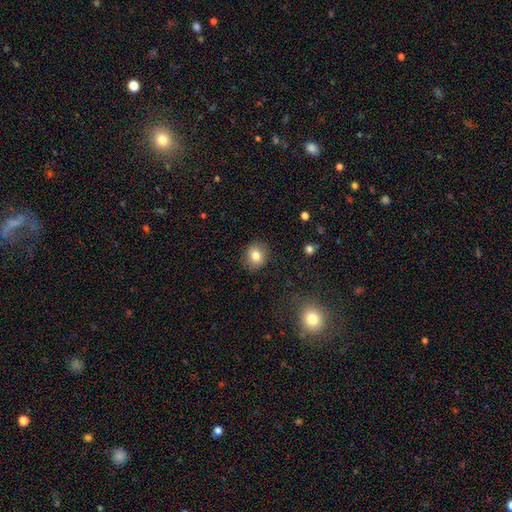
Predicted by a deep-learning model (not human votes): Morphology: type=smooth (80%); roundness=round (74%); merging=none (87%).